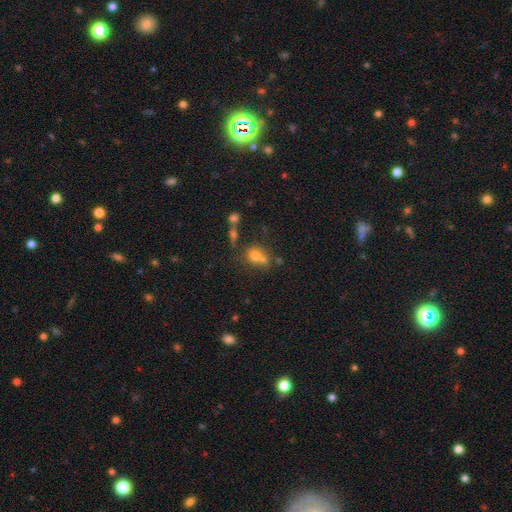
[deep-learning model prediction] A smooth galaxy with no disk features (69%) that is round (67%).

Vote fractions:
- Smooth or featured? smooth: 69% / star or artifact: 15% / featured or disk: 15%
- How rounded? round: 67% / in between: 31% / cigar-shaped: 1%
- Merging? merger: 42% / none: 40% / minor disturbance: 12% / major disturbance: 6%